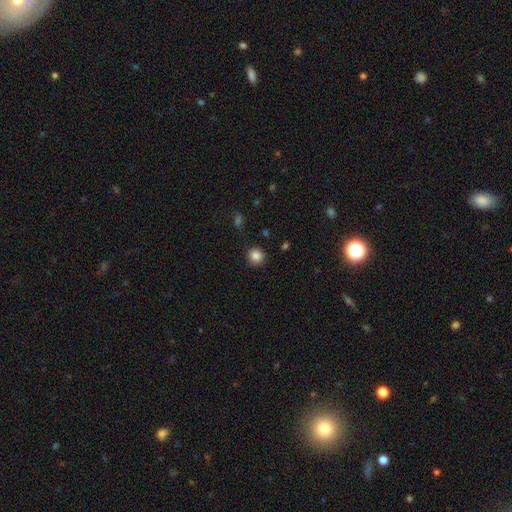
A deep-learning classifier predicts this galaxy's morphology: Smooth or featured?
  - smooth: 85% *
  - star or artifact: 10%
  - featured or disk: 5%
How rounded?
  - round: 92% *
  - in between: 7%
  - cigar-shaped: 1%
Merging?
  - none: 89% *
  - minor disturbance: 7%
  - major disturbance: 2%
  - merger: 1%